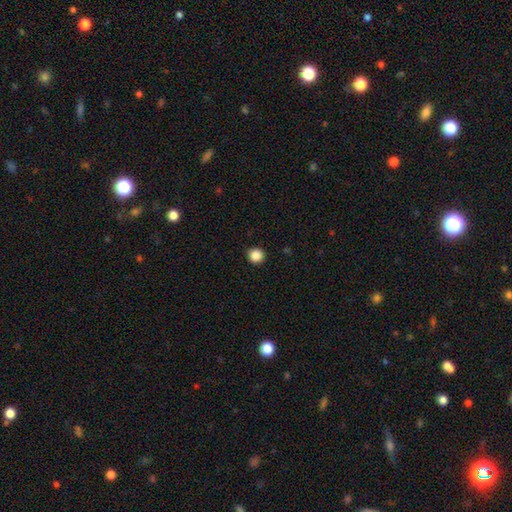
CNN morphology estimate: smooth-or-featured: smooth: 87% | star or artifact: 10% | featured or disk: 3%
  how-rounded: round: 94% | in between: 5% | cigar-shaped: 1%
  merging: none: 92% | minor disturbance: 5% | major disturbance: 2% | merger: 1%